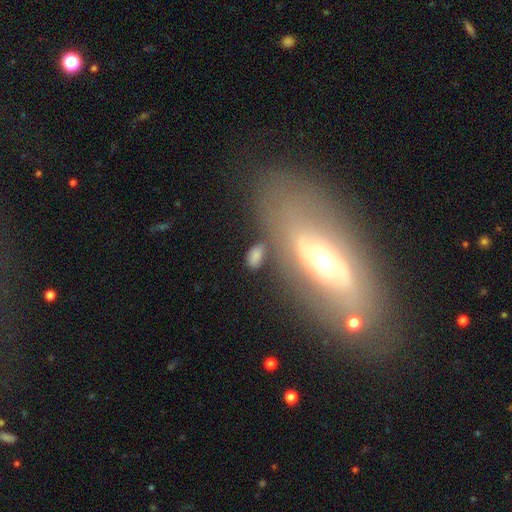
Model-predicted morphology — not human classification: Smooth or featured? smooth (74%)
How rounded? in between (88%)
Merging? none (64%)